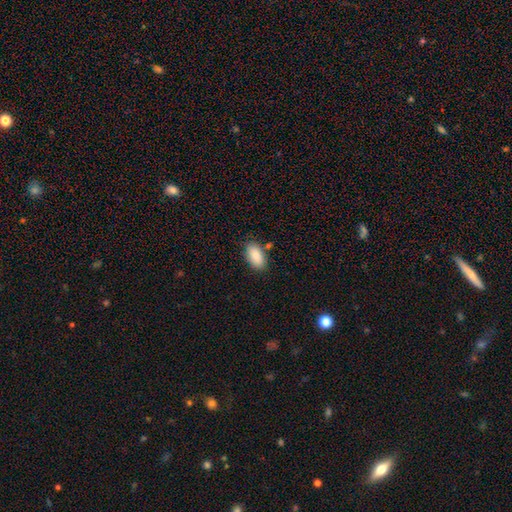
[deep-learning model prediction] Q: Smooth or featured?
A: smooth (87%); runner-up: star or artifact (7%)
Q: How rounded?
A: in between (94%); runner-up: round (3%)
Q: Merging?
A: none (81%); runner-up: minor disturbance (12%)